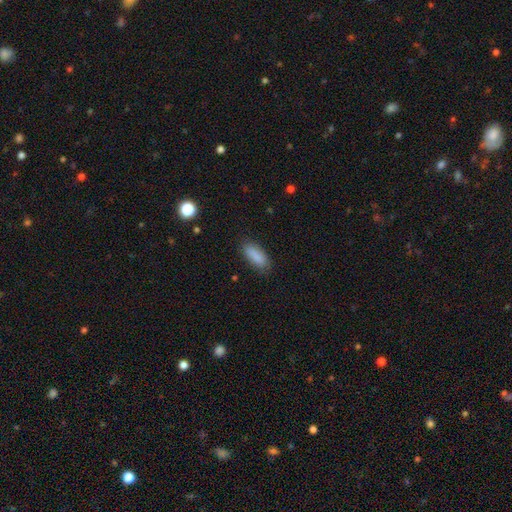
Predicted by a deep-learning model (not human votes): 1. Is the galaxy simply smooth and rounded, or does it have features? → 88% smooth, 7% star or artifact, 5% featured or disk.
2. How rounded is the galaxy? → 78% in between, 20% cigar-shaped, 2% round.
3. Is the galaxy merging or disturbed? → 83% none, 13% minor disturbance, 3% major disturbance, 1% merger.